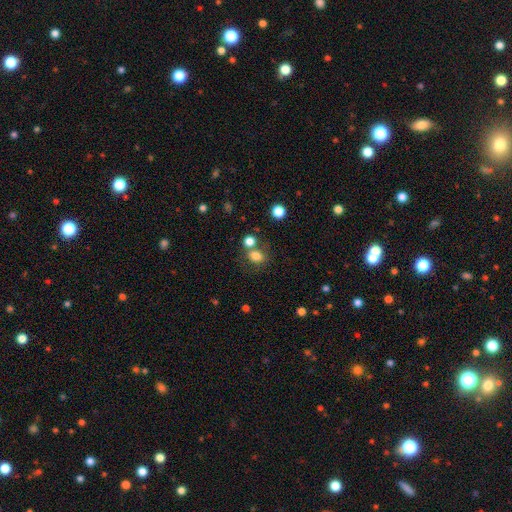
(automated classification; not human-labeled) This is likely a smooth galaxy (78%). How rounded: possibly round (57%). Merging: possibly none (56%).